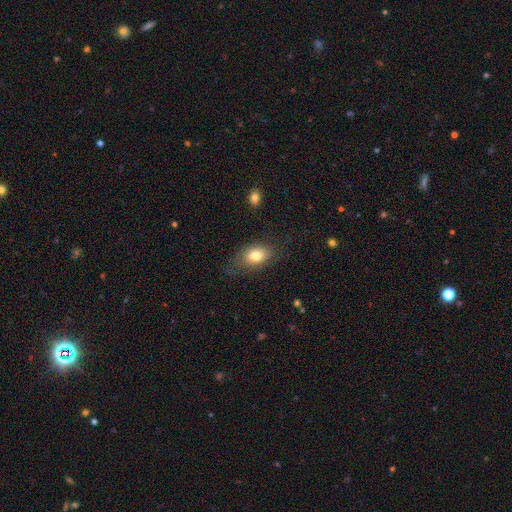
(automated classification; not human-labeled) smooth 78%, featured or disk 14%, star or artifact 8%. Down the decision tree: how rounded — in between (84%); merging — none (69%).